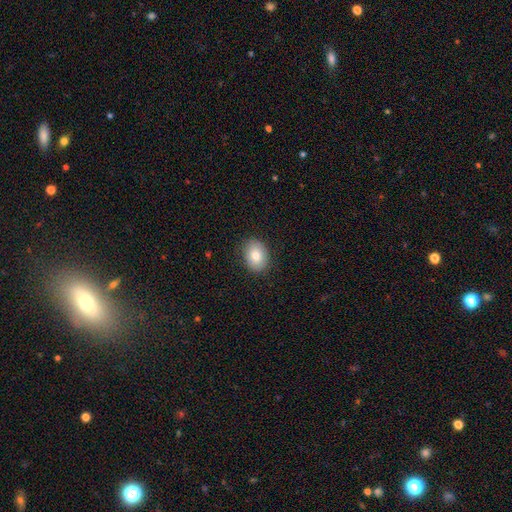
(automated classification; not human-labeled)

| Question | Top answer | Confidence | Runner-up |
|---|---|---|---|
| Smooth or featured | smooth | 80% | featured or disk (12%) |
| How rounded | in between | 65% | round (34%) |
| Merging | none | 87% | minor disturbance (10%) |